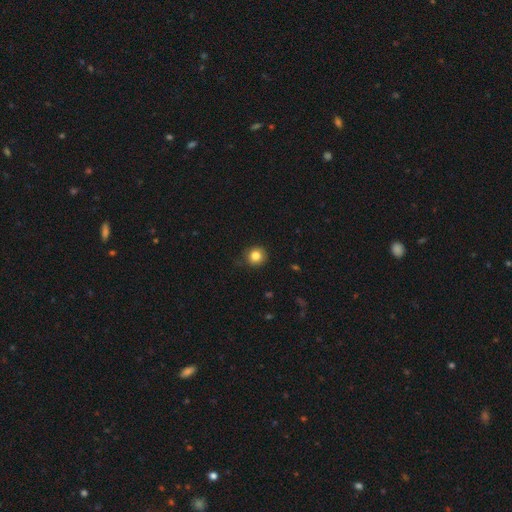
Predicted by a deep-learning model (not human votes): smooth-or-featured: smooth: 83% | star or artifact: 11% | featured or disk: 6%
  how-rounded: round: 90% | in between: 9% | cigar-shaped: 1%
  merging: none: 83% | minor disturbance: 13% | major disturbance: 3% | merger: 1%